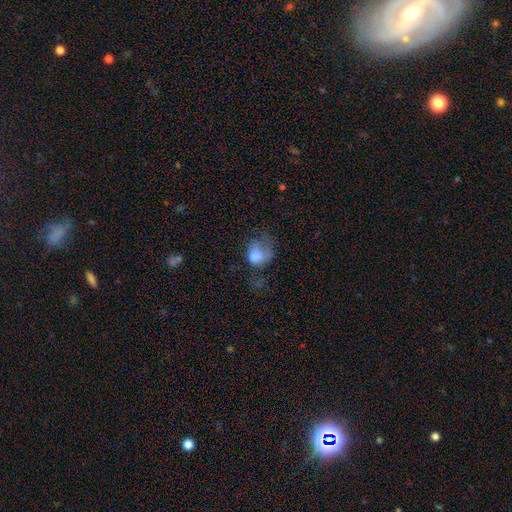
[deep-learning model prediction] Overall: smooth (66%). How rounded: in between (61%; round 38%). Merging: major disturbance (52%; minor disturbance 22%).